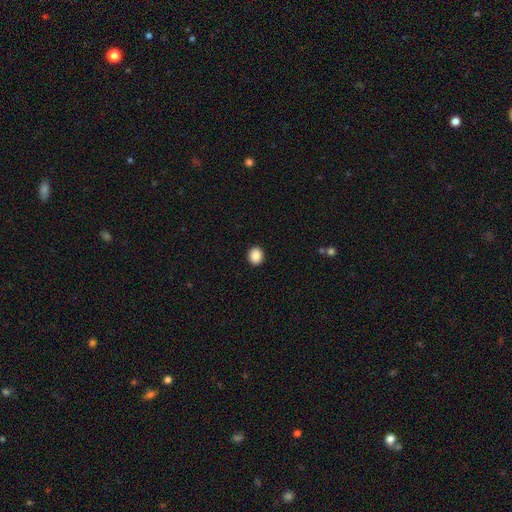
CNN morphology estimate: smooth_or_featured: smooth (p=0.89) [alt: star or artifact p=0.08]
how_rounded: round (p=0.67) [alt: in between p=0.32]
merging: none (p=0.92) [alt: minor disturbance p=0.05]